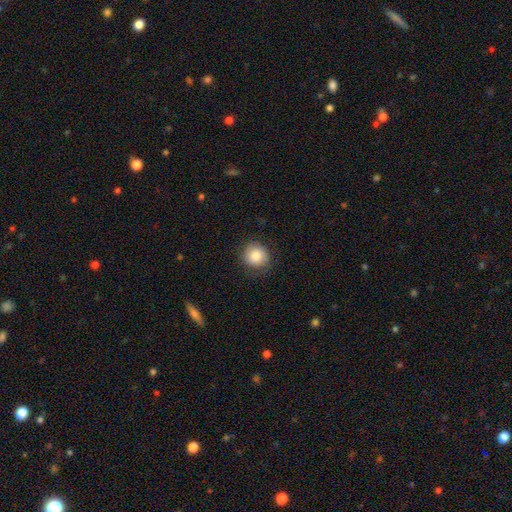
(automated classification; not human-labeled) A smooth galaxy with no disk features (85%) that is round (89%).

Vote fractions:
- Smooth or featured? smooth: 85% / star or artifact: 8% / featured or disk: 7%
- How rounded? round: 89% / in between: 10% / cigar-shaped: 1%
- Merging? none: 81% / minor disturbance: 14% / major disturbance: 4% / merger: 1%